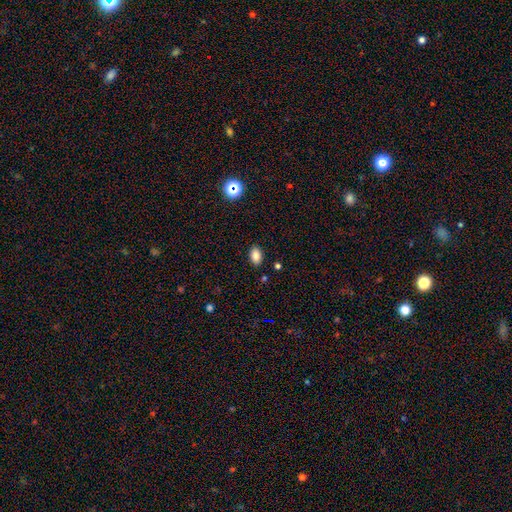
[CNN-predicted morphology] smooth_or_featured: smooth (p=0.86) [alt: star or artifact p=0.10]
how_rounded: in between (p=0.89) [alt: round p=0.09]
merging: none (p=0.87) [alt: minor disturbance p=0.09]